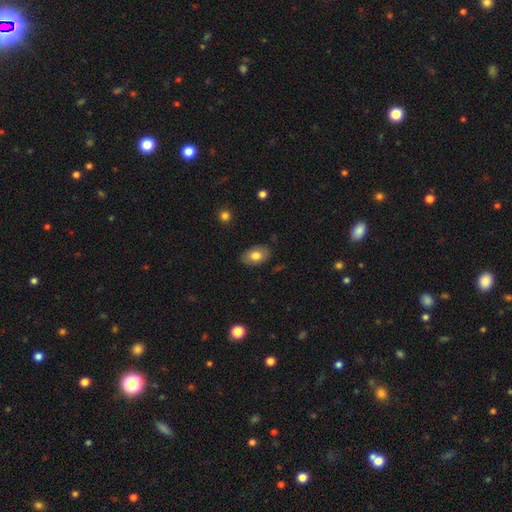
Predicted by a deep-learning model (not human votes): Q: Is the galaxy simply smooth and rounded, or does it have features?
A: smooth — 76%.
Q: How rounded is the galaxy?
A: in between — 90%.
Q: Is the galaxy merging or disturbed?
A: none — 84%.